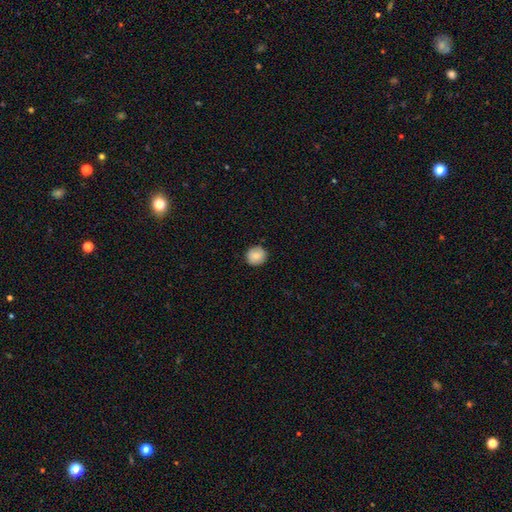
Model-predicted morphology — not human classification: Q: Smooth or featured?
A: smooth (85%); runner-up: star or artifact (8%)
Q: How rounded?
A: round (89%); runner-up: in between (10%)
Q: Merging?
A: none (88%); runner-up: minor disturbance (9%)